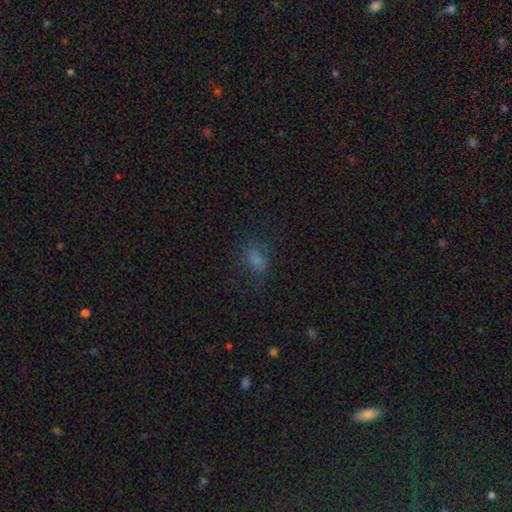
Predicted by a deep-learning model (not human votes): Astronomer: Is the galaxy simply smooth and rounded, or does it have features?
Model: smooth — 60%.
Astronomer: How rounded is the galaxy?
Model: in between — 75%.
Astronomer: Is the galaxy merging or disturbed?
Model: none — 66%.